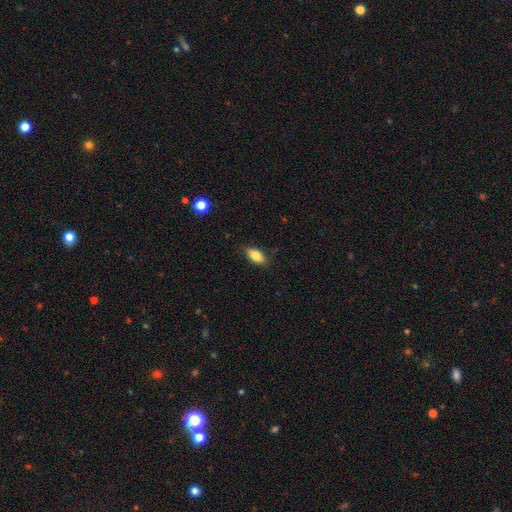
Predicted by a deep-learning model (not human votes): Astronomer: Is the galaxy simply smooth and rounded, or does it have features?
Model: smooth — 82%.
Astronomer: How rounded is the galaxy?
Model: in between — 90%.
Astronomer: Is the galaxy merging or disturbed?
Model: none — 83%.